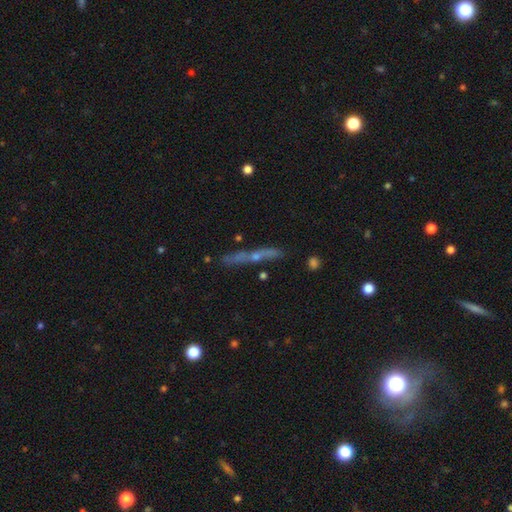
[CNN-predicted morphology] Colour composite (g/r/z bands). It shows a featured or disk galaxy (59%) viewed edge-on (89%) with a rounded central bulge (56%). Merging: none (78%).